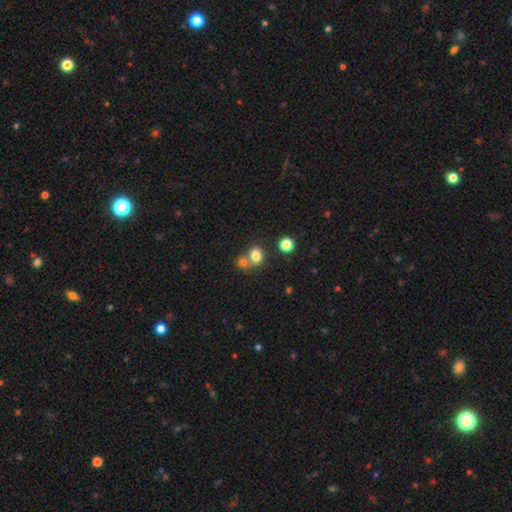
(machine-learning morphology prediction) The model was most divided on "merging": none: 45%, merger: 42%, minor disturbance: 9%, major disturbance: 4%. More confident: smooth or featured — smooth (79%); how rounded — in between (52%).